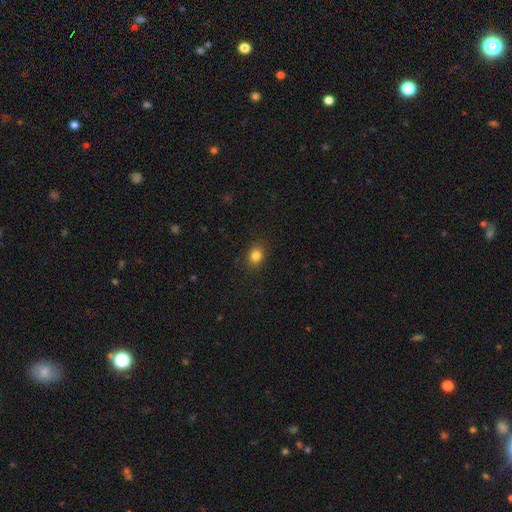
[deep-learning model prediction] Morphology: type=smooth (83%); roundness=round (57%); merging=none (88%).